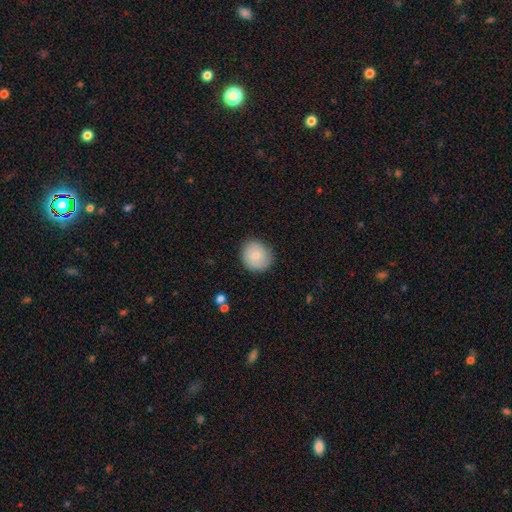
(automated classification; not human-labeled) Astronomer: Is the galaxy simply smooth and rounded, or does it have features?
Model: smooth — 83%.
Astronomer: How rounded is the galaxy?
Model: round — 84%.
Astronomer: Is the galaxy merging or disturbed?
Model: none — 86%.